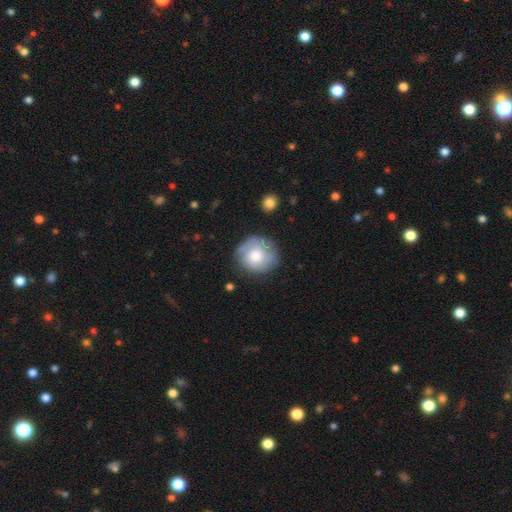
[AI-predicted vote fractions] smooth 58%, featured or disk 35%, star or artifact 7%. Down the decision tree: how rounded — round (86%); merging — none (73%).